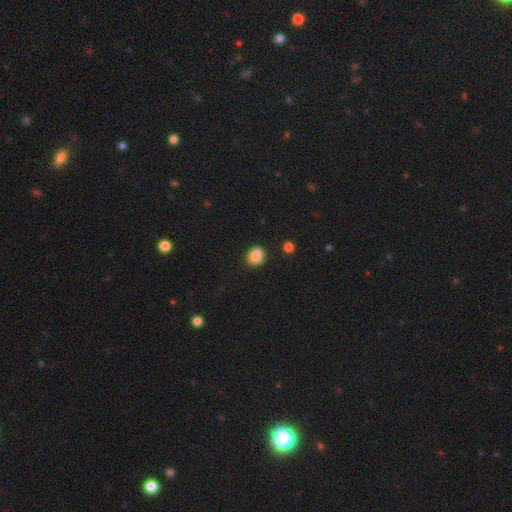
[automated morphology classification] A smooth galaxy with no disk features (87%) that is round (56%).

Vote fractions:
- Smooth or featured? smooth: 87% / star or artifact: 9% / featured or disk: 4%
- How rounded? round: 56% / in between: 43% / cigar-shaped: 1%
- Merging? none: 77% / minor disturbance: 17% / major disturbance: 3% / merger: 3%